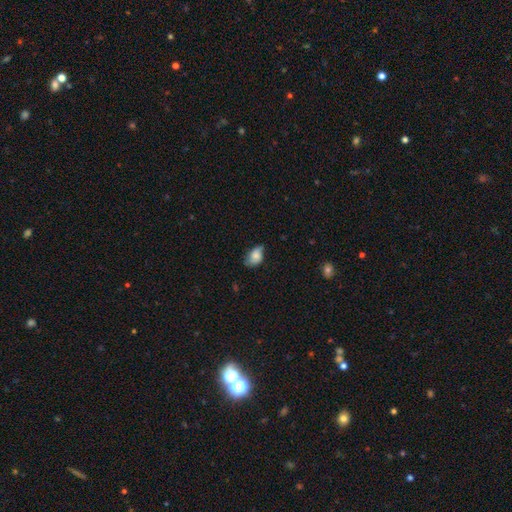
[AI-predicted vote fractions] Morphology: type=smooth (75%); roundness=in between (84%); merging=none (49%).